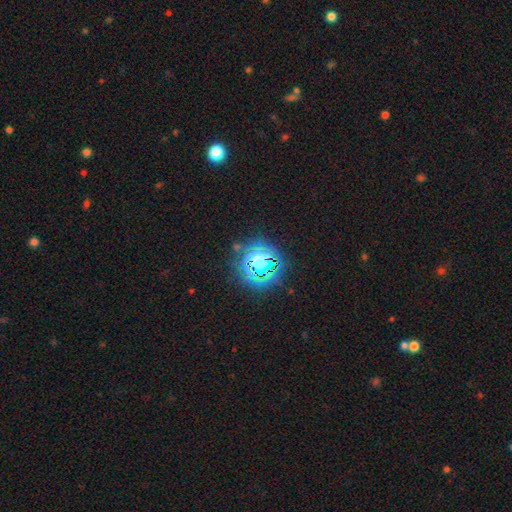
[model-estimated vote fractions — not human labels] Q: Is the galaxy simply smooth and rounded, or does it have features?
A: star or artifact — 78%.